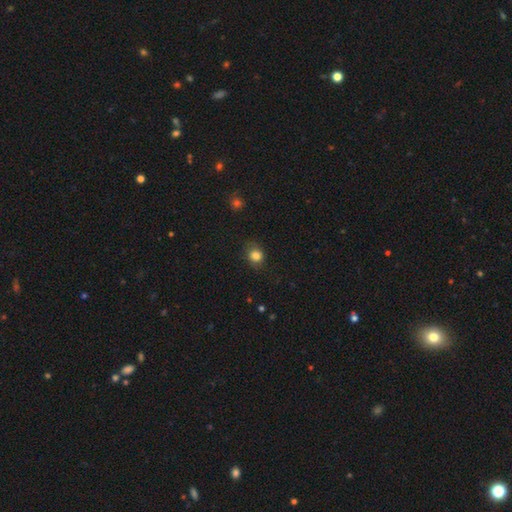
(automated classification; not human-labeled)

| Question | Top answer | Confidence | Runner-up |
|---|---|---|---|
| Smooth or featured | smooth | 84% | star or artifact (11%) |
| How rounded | round | 71% | in between (28%) |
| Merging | none | 77% | minor disturbance (17%) |